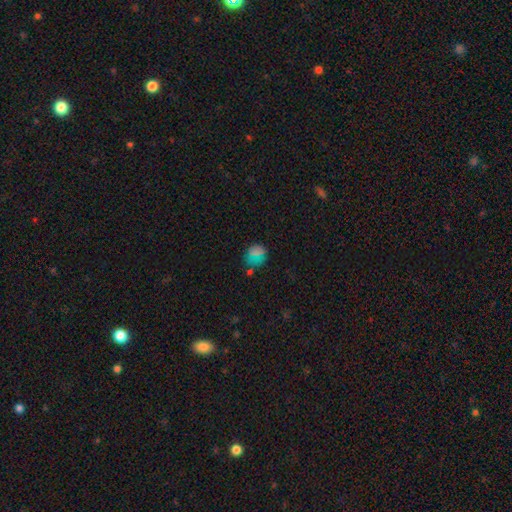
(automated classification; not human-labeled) smooth-or-featured: smooth: 61% | star or artifact: 28% | featured or disk: 10%
  how-rounded: round: 73% | in between: 25% | cigar-shaped: 2%
  merging: none: 72% | minor disturbance: 17% | major disturbance: 7% | merger: 5%